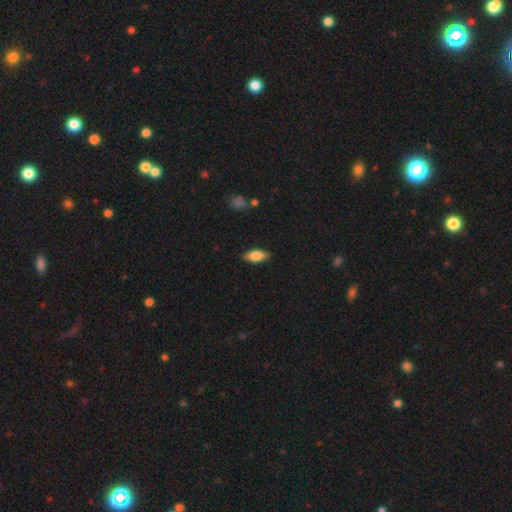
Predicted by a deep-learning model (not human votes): This appears to be a smooth galaxy with no disk features (76%) that is in between round and cigar-shaped (84%). Merging: none (87%).